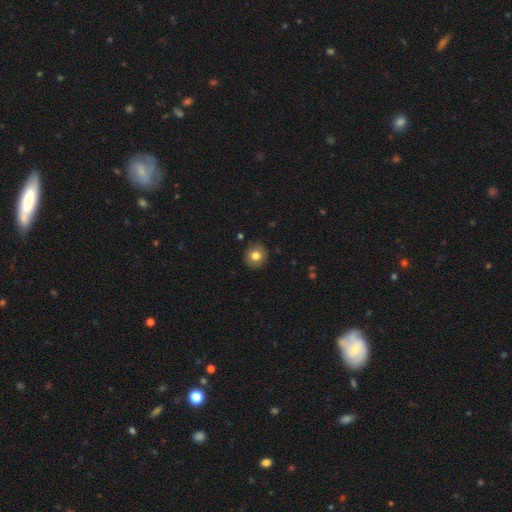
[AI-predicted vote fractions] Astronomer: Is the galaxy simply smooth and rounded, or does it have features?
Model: smooth — 80%.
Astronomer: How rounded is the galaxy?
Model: round — 90%.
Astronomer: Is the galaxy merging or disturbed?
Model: none — 90%.